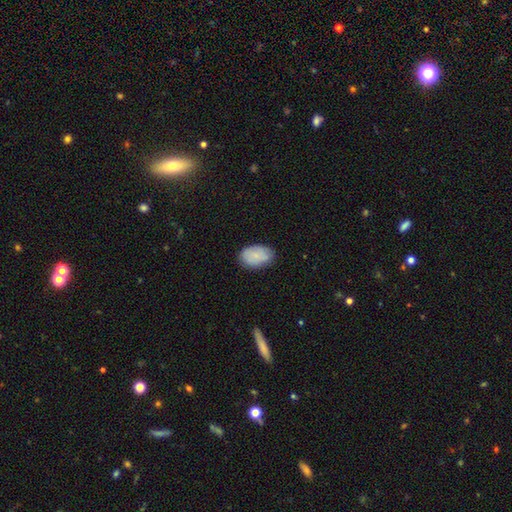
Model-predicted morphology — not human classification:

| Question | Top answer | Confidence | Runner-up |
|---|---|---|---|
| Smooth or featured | smooth | 80% | featured or disk (13%) |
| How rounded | in between | 90% | round (9%) |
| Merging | none | 78% | minor disturbance (18%) |